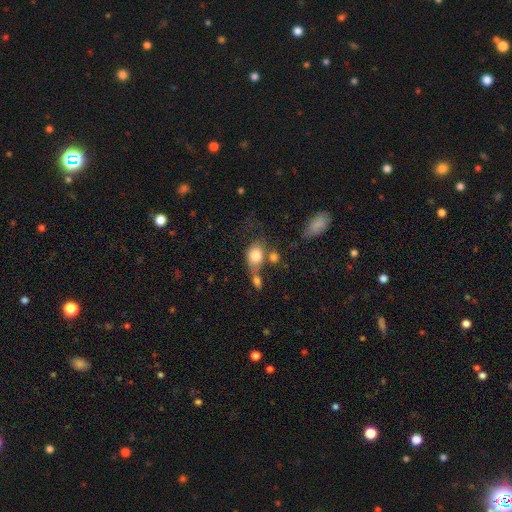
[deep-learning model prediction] smooth_or_featured: smooth (p=0.79) [alt: featured or disk p=0.12]
how_rounded: in between (p=0.61) [alt: round p=0.37]
merging: merger (p=0.37) [alt: none p=0.34]